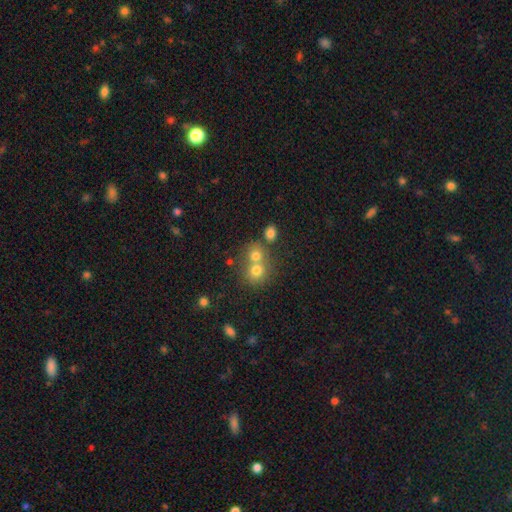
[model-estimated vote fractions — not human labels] The model was most divided on "merging": merger: 51%, none: 39%, minor disturbance: 6%, major disturbance: 3%. More confident: how rounded — round (78%); smooth or featured — smooth (73%).